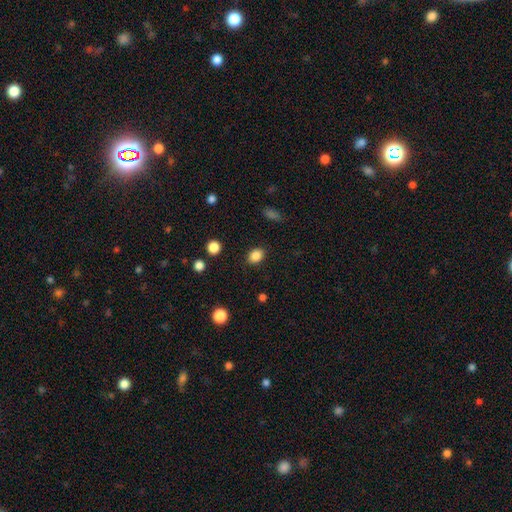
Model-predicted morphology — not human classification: Smooth or featured: smooth — 86% (star or artifact — 10%)
How rounded: in between — 62% (round — 37%)
Merging: none — 87% (minor disturbance — 9%)